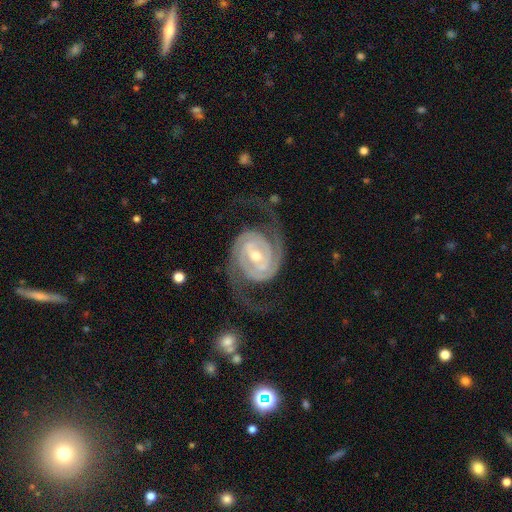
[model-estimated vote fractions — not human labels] Overall: featured or disk (93%). Edge-on disk: no (98%). Bar: weak (43%; strong 30%). Spiral arms: yes (98%). Spiral arm count: 2 (90%). Spiral winding: tight (51%; medium 37%). Bulge size: moderate (56%; small 38%). Merging: none (72%).